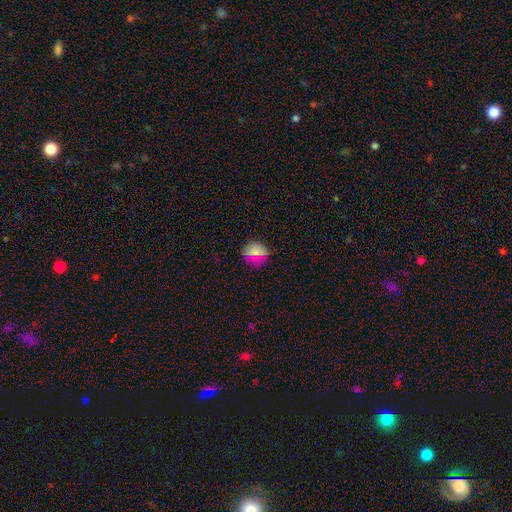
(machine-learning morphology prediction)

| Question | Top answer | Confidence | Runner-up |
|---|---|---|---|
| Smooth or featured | smooth | 71% | star or artifact (19%) |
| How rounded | round | 82% | in between (16%) |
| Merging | none | 83% | minor disturbance (12%) |